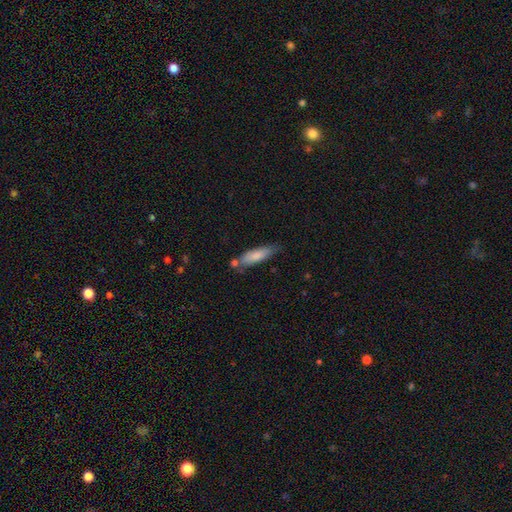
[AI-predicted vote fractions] This appears to be a smooth galaxy with no disk features (79%) that is cigar-shaped (62%). Merging: none (60%).